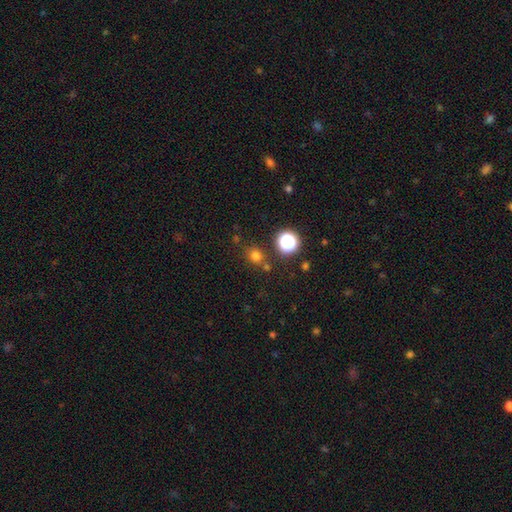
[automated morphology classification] A smooth galaxy with no disk features (73%) that is round (83%).

Vote fractions:
- Smooth or featured? smooth: 73% / star or artifact: 21% / featured or disk: 6%
- How rounded? round: 83% / in between: 16% / cigar-shaped: 1%
- Merging? none: 78% / minor disturbance: 10% / merger: 9% / major disturbance: 3%